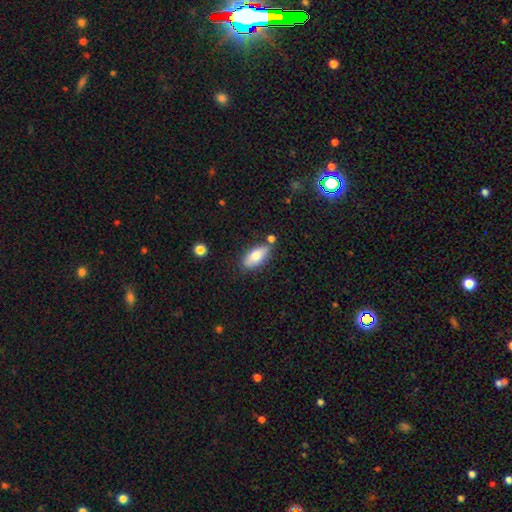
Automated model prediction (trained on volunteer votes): The model was most divided on "merging": none: 69%, minor disturbance: 18%, merger: 9%, major disturbance: 4%. More confident: how rounded — in between (84%); smooth or featured — smooth (77%).